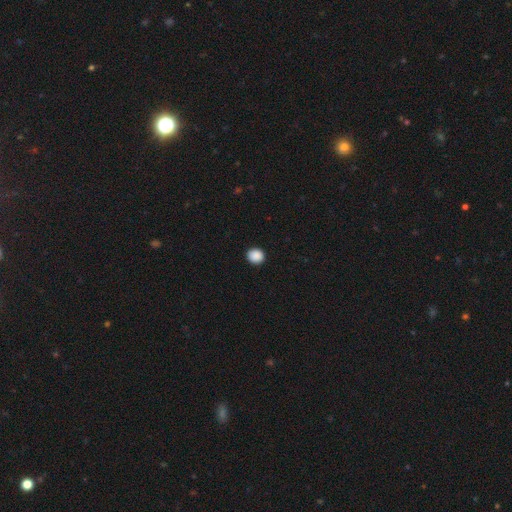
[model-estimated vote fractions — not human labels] Smooth or featured: smooth — 89% (star or artifact — 9%)
How rounded: round — 83% (in between — 16%)
Merging: none — 92% (minor disturbance — 6%)